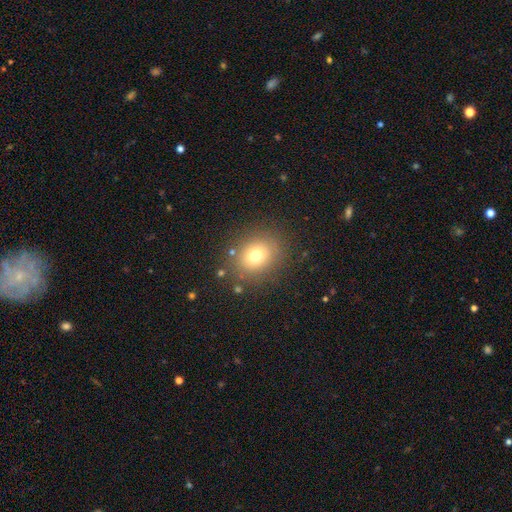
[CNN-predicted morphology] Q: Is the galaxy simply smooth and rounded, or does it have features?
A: smooth — 72%.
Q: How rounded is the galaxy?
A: round — 65%.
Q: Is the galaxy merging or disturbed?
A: none — 84%.